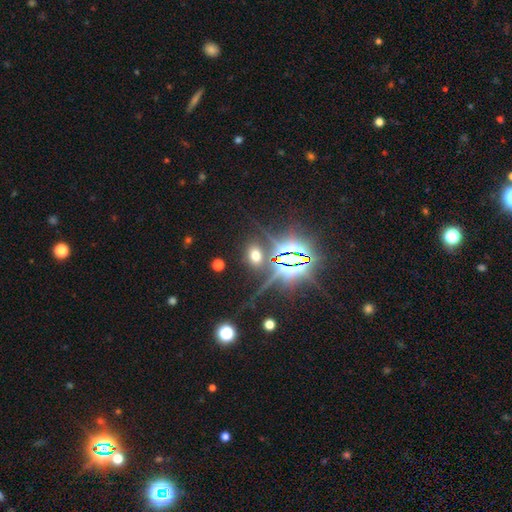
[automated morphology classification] This appears to be a smooth galaxy with no disk features (49%). Merging: none (78%).